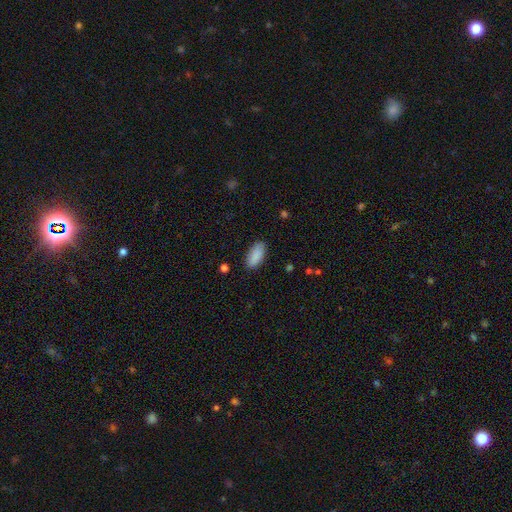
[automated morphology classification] Smooth or featured? Predicted: smooth (p=0.89). How rounded? Predicted: in between (p=0.89). Merging? Predicted: none (p=0.86).